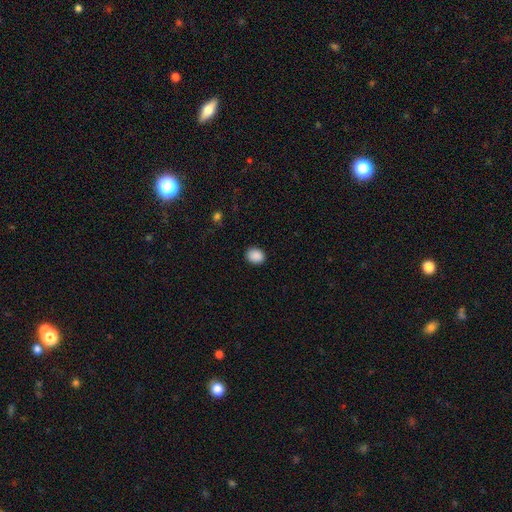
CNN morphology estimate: A smooth galaxy with no disk features (89%) that is round (52%). Merging: none (89%).